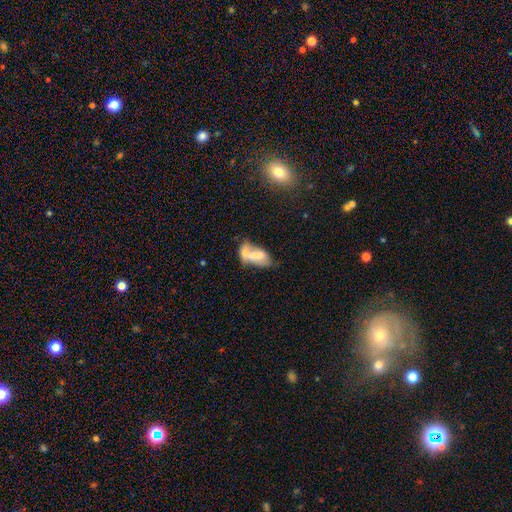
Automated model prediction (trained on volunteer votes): Smooth or featured: smooth — 56% (featured or disk — 35%)
How rounded: in between — 87% (cigar-shaped — 7%)
Merging: merger — 60% (none — 17%)